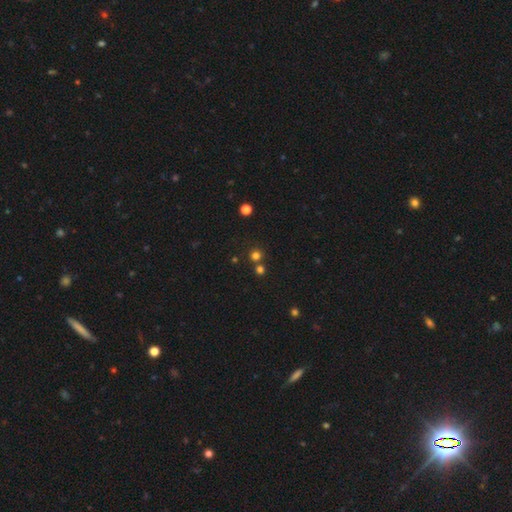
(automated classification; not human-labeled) smooth-or-featured: smooth: 71% | star or artifact: 23% | featured or disk: 6%
  how-rounded: round: 93% | in between: 6% | cigar-shaped: 1%
  merging: none: 73% | merger: 19% | minor disturbance: 6% | major disturbance: 2%